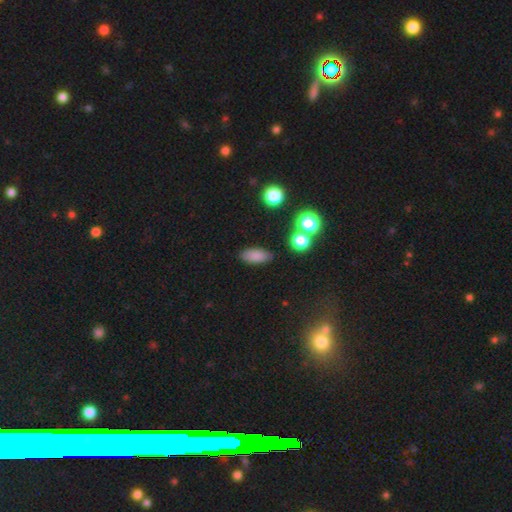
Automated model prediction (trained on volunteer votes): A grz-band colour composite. It shows a smooth galaxy with no disk features (82%) that is in between round and cigar-shaped (83%). Merging: none (86%).